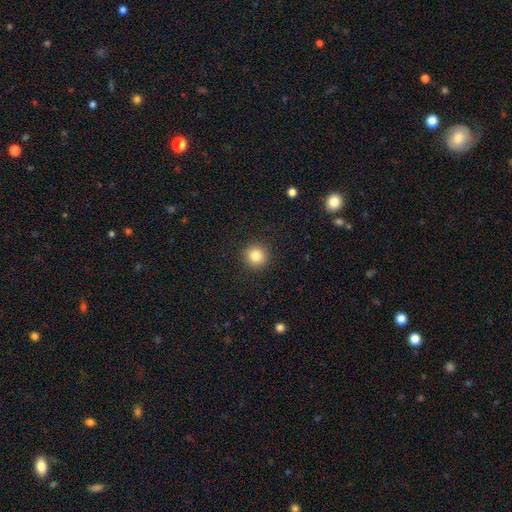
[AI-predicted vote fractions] Smooth or featured? Predicted: smooth (p=0.84). How rounded? Predicted: round (p=0.94). Merging? Predicted: none (p=0.92).